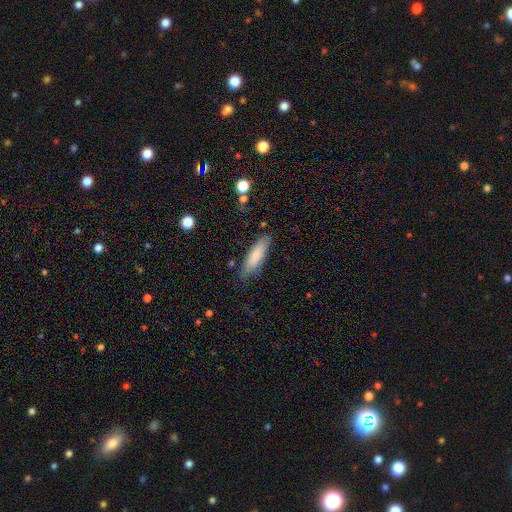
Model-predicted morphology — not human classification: Overall: smooth (81%). How rounded: cigar-shaped (59%; in between 40%). Merging: none (79%).